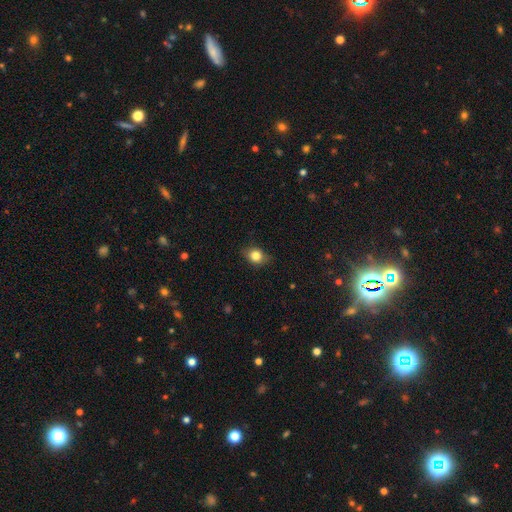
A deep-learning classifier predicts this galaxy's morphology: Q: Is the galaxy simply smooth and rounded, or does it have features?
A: smooth — 80%.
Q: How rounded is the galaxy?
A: round — 54%.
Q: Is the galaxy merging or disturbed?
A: none — 78%.